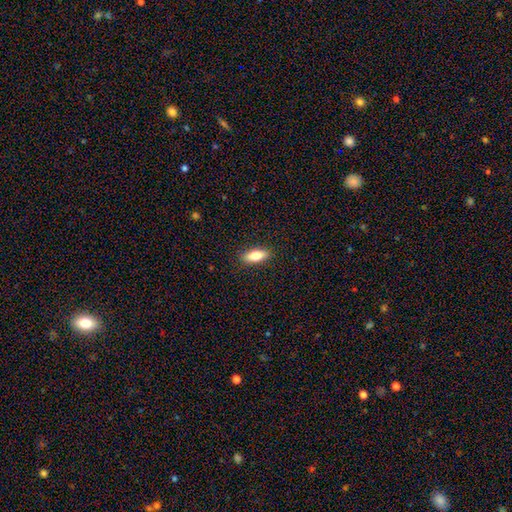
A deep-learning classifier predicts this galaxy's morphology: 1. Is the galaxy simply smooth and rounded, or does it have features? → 75% smooth, 18% featured or disk, 7% star or artifact.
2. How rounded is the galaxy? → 69% in between, 28% cigar-shaped, 3% round.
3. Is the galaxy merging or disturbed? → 89% none, 8% minor disturbance, 2% major disturbance, 1% merger.